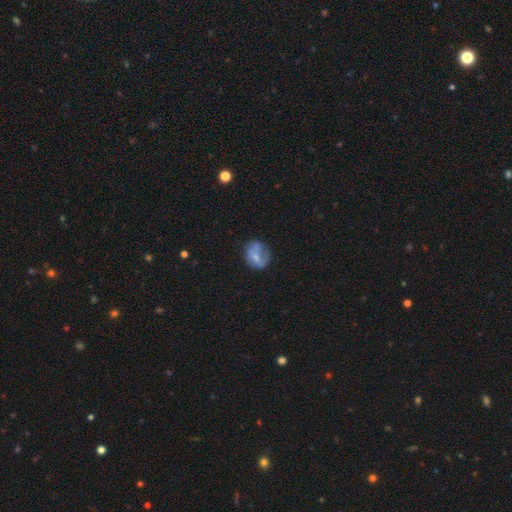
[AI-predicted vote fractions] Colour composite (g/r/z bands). It shows a smooth galaxy with no disk features (49%). Merging: none (52%).